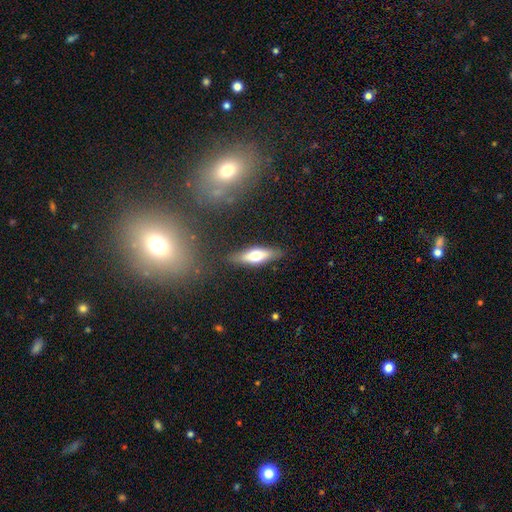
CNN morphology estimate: Smooth or featured?
  - smooth: 52% *
  - featured or disk: 42%
  - star or artifact: 6%
How rounded?
  - cigar-shaped: 55% *
  - in between: 43%
  - round: 2%
Merging?
  - none: 85% *
  - minor disturbance: 10%
  - major disturbance: 3%
  - merger: 2%